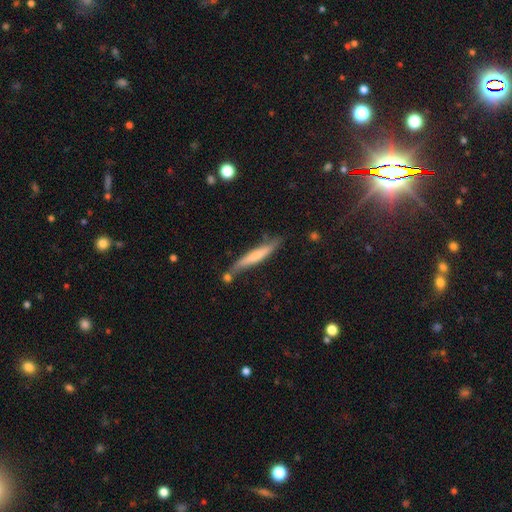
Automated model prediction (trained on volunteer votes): smooth-or-featured: smooth: 55% | featured or disk: 39% | star or artifact: 6%
  how-rounded: cigar-shaped: 93% | in between: 6% | round: 1%
  merging: none: 65% | minor disturbance: 20% | merger: 10% | major disturbance: 5%